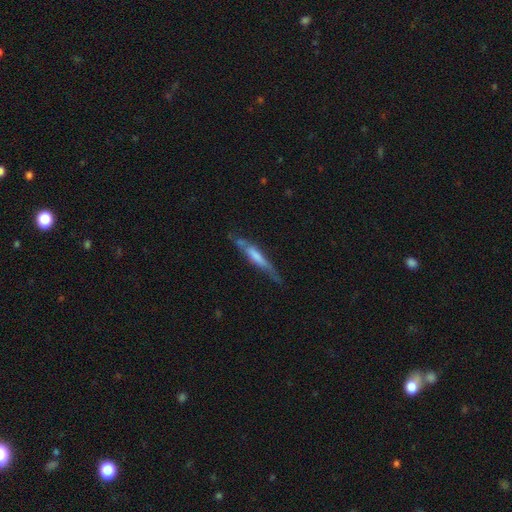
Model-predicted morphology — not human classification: smooth_or_featured: featured or disk (p=0.65) [alt: smooth p=0.26]
disk_edge_on: yes (p=0.91) [alt: no p=0.09]
edge_on_bulge: rounded (p=0.54) [alt: none p=0.23]
merging: none (p=0.74) [alt: minor disturbance p=0.18]